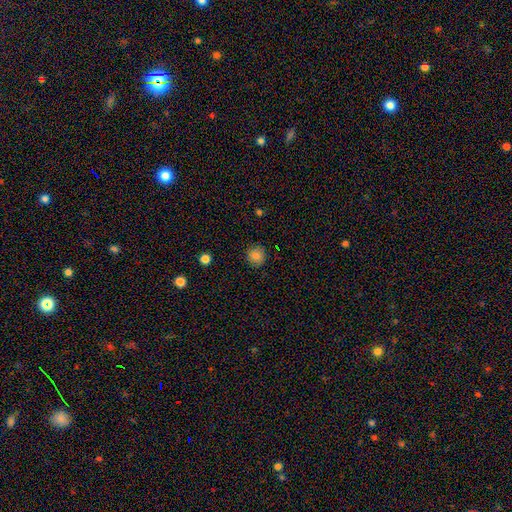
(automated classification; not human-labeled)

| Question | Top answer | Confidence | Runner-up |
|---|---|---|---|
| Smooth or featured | smooth | 84% | star or artifact (10%) |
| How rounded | round | 93% | in between (7%) |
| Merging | none | 90% | minor disturbance (7%) |